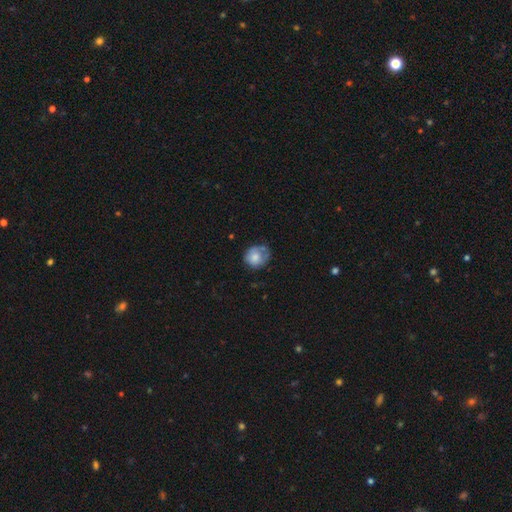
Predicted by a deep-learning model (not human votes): Smooth or featured? Predicted: smooth (p=0.72). How rounded? Predicted: round (p=0.75). Merging? Predicted: none (p=0.54).